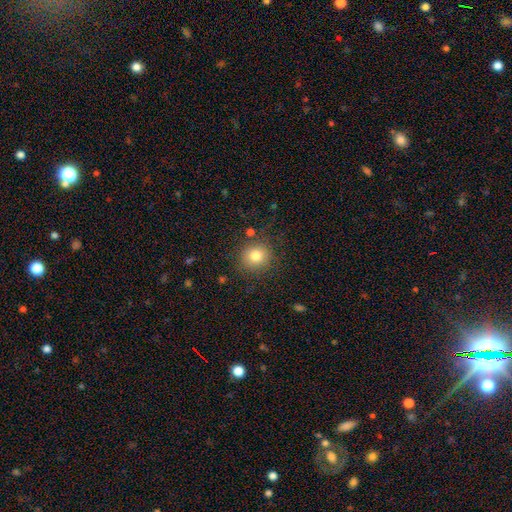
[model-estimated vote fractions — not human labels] A smooth galaxy with no disk features (79%) that is round (86%). Merging: none (84%).